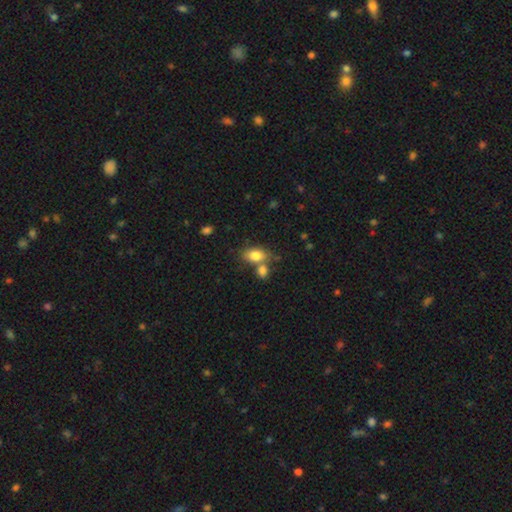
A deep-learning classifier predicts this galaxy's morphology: smooth 81%, featured or disk 10%, star or artifact 8%. Down the decision tree: how rounded — in between (84%); merging — none (49%).